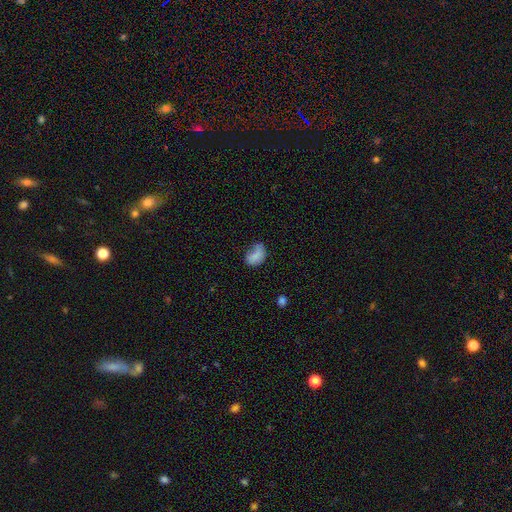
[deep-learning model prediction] A smooth galaxy with no disk features (77%) that is in between round and cigar-shaped (82%).

Vote fractions:
- Smooth or featured? smooth: 77% / featured or disk: 14% / star or artifact: 10%
- How rounded? in between: 82% / round: 17% / cigar-shaped: 1%
- Merging? none: 38% / minor disturbance: 32% / major disturbance: 22% / merger: 8%